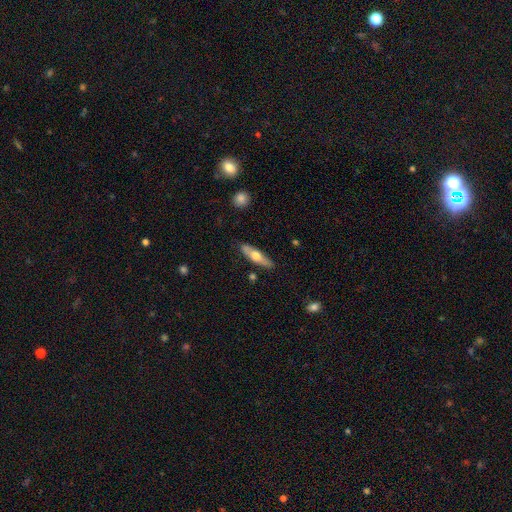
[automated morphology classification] Overall: smooth (50%; featured or disk 44%). How rounded: cigar-shaped (62%; in between 35%). Merging: none (82%).